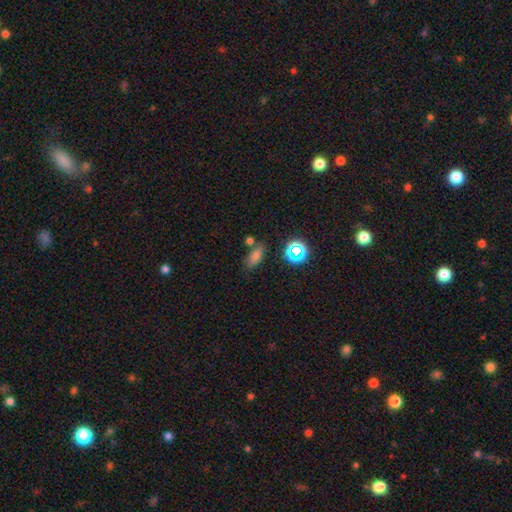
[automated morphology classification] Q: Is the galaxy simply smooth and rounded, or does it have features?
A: smooth — 73%.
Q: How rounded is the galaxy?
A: in between — 78%.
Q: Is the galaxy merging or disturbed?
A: none — 67%.